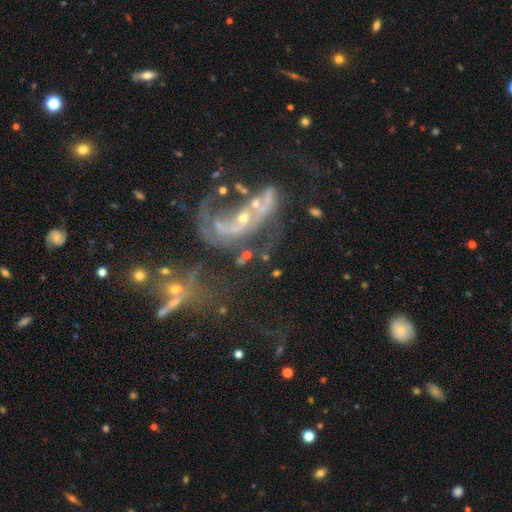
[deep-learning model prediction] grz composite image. It shows a featured or disk galaxy (58%) with no bar (69%), no spiral arms (57%) and a small central bulge (46%). Merging: merger (37%).